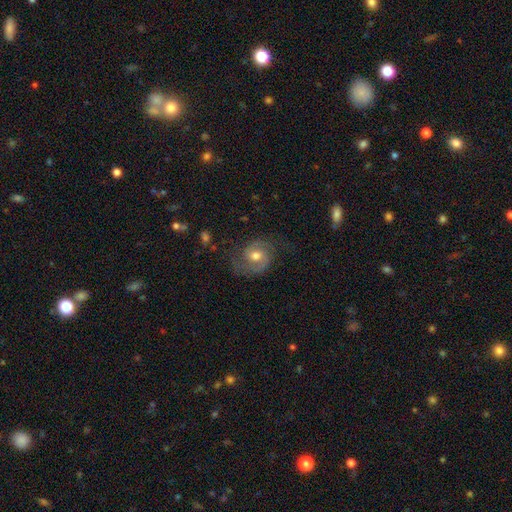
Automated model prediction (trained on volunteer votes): Overall: featured or disk (77%). Edge-on disk: no (98%). Bar: no (60%; weak 33%). Spiral arms: yes (94%). Spiral arm count: 2 (90%). Spiral winding: medium (52%; tight 27%). Bulge size: moderate (74%). Merging: none (72%).